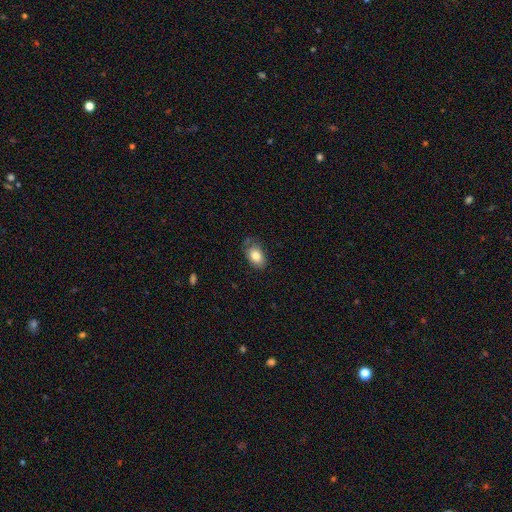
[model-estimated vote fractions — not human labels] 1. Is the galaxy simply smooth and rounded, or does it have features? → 79% smooth, 14% featured or disk, 7% star or artifact.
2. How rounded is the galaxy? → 87% in between, 12% round, 1% cigar-shaped.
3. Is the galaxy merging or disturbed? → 64% none, 26% minor disturbance, 8% major disturbance, 2% merger.